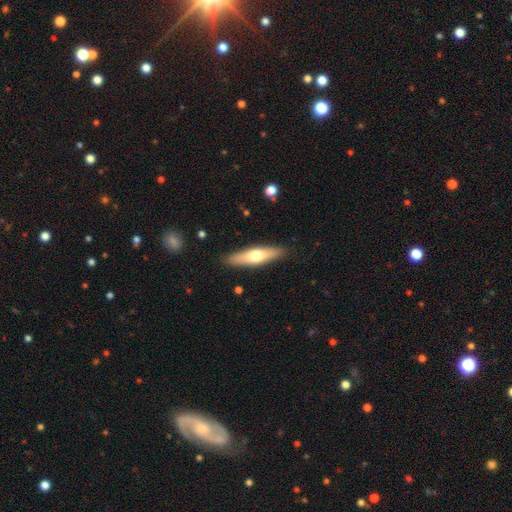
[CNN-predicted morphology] A smooth galaxy with no disk features (53%) that is cigar-shaped (68%). Merging: none (89%).